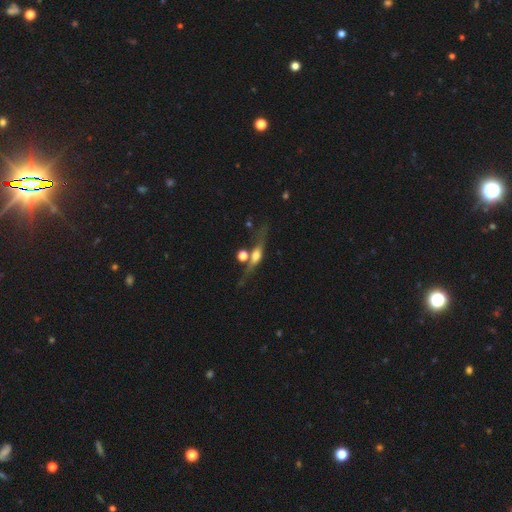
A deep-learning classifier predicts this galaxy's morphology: This appears to be a featured or disk galaxy (68%) viewed edge-on (90%) with a rounded central bulge (91%). Merging: none (63%).